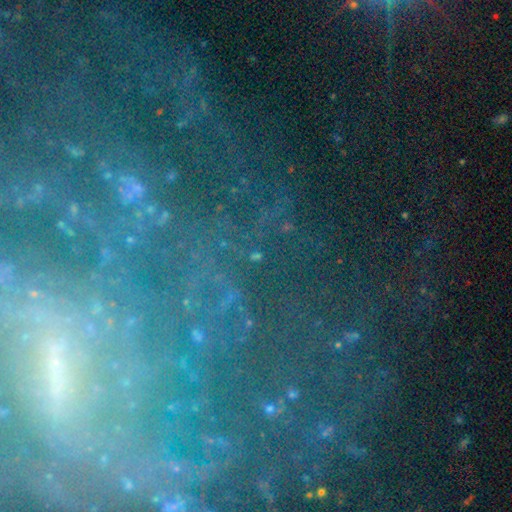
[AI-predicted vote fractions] Overall: star or artifact (57%; featured or disk 29%).